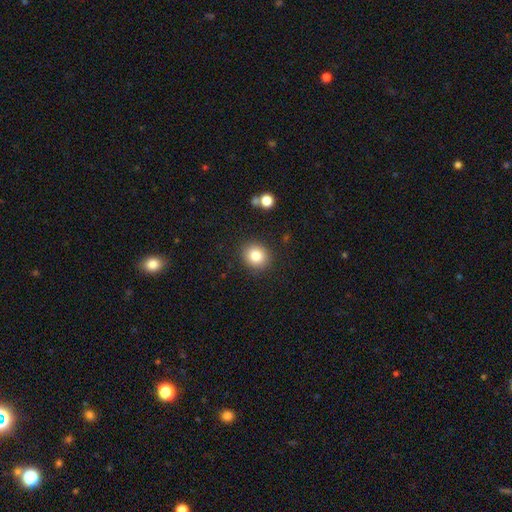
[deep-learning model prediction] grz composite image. It shows a smooth galaxy with no disk features (83%) that is round (79%). Merging: none (88%).